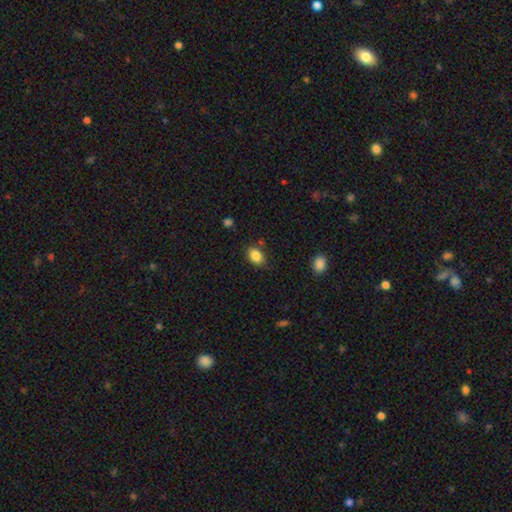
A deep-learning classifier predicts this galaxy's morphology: This appears to be a smooth galaxy with no disk features (85%) that is in between round and cigar-shaped (80%). Merging: none (79%).